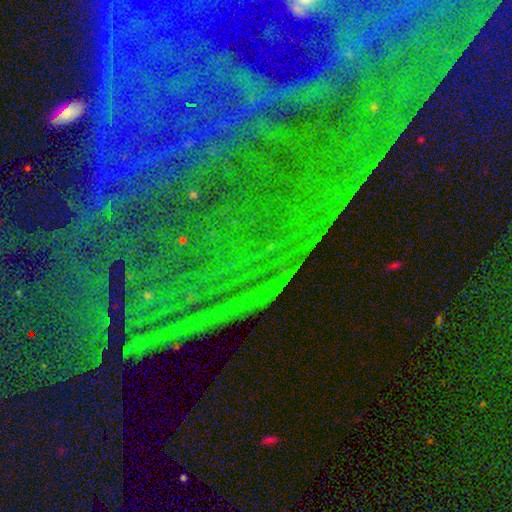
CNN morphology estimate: This is clearly a star or artifact rather than a galaxy (80%).